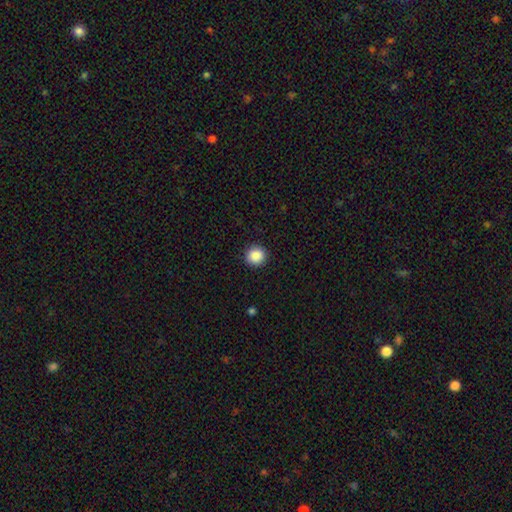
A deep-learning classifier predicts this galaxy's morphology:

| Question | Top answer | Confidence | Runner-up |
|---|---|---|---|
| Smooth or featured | smooth | 89% | star or artifact (9%) |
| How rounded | round | 92% | in between (7%) |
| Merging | none | 92% | minor disturbance (6%) |